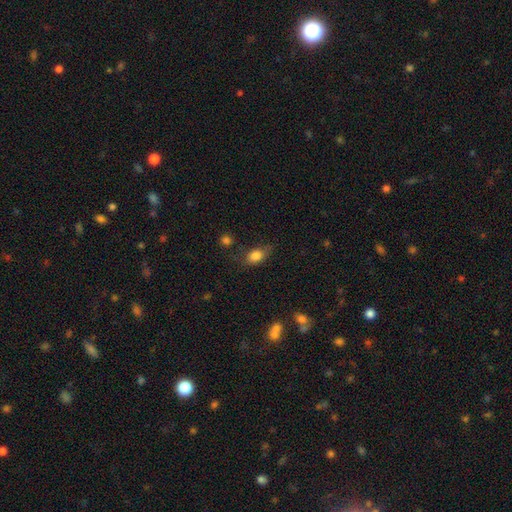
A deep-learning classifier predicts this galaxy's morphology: Q: Smooth or featured?
A: smooth (81%); runner-up: featured or disk (10%)
Q: How rounded?
A: in between (78%); runner-up: round (18%)
Q: Merging?
A: none (62%); runner-up: minor disturbance (26%)